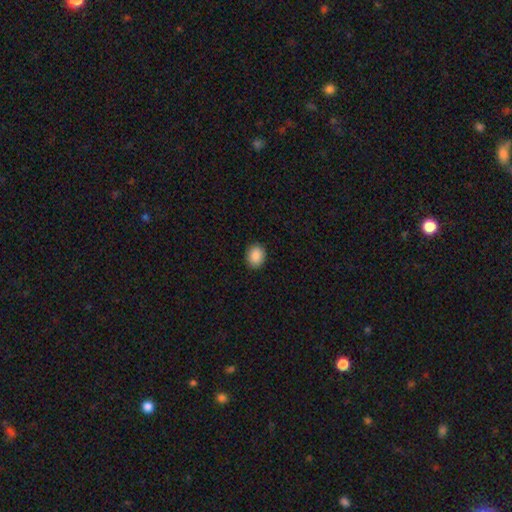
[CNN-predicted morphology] Smooth or featured?
  - smooth: 89% *
  - star or artifact: 8%
  - featured or disk: 3%
How rounded?
  - round: 55% *
  - in between: 44%
  - cigar-shaped: 1%
Merging?
  - none: 89% *
  - minor disturbance: 8%
  - major disturbance: 2%
  - merger: 1%